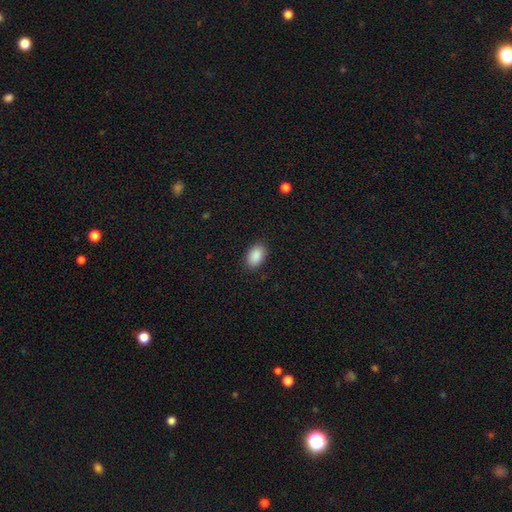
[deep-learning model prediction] Smooth or featured: smooth — 90% (star or artifact — 7%)
How rounded: in between — 90% (round — 9%)
Merging: none — 88% (minor disturbance — 9%)